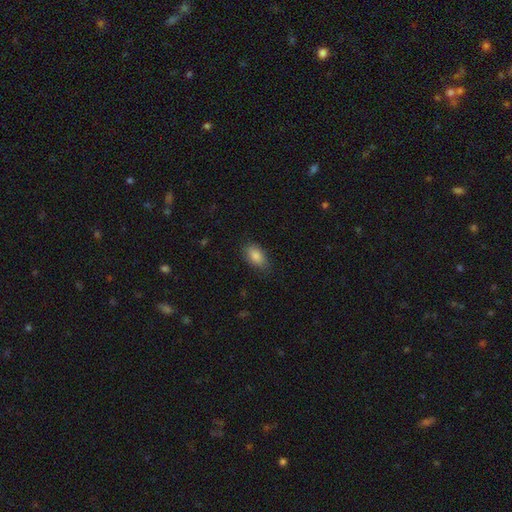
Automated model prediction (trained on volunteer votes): Smooth or featured?
  - smooth: 86% *
  - star or artifact: 8%
  - featured or disk: 6%
How rounded?
  - in between: 90% *
  - round: 6%
  - cigar-shaped: 4%
Merging?
  - none: 80% *
  - minor disturbance: 16%
  - major disturbance: 3%
  - merger: 1%